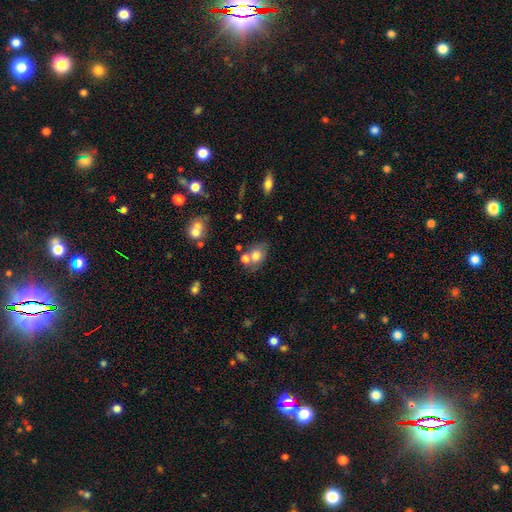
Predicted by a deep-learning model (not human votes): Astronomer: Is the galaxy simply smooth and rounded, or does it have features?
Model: smooth — 73%.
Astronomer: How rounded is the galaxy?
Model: in between — 63%.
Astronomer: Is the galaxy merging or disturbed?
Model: none — 48% (runner-up: merger, 31%).